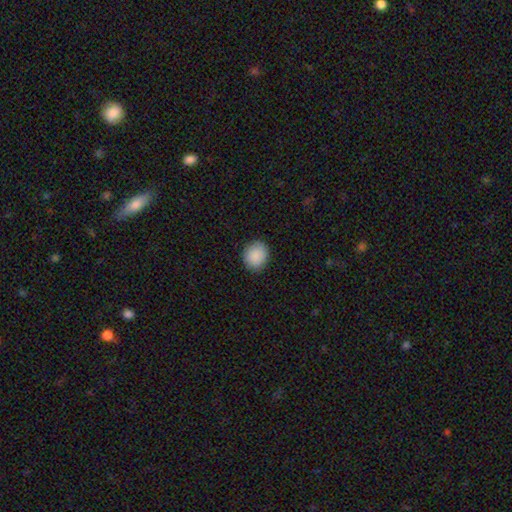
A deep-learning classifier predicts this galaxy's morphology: A smooth galaxy with no disk features (90%) that is round (77%). Merging: none (88%).